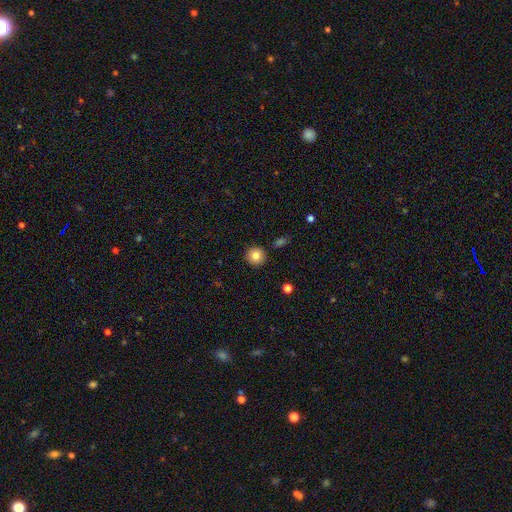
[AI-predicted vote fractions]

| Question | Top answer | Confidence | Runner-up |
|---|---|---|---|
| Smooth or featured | smooth | 83% | star or artifact (10%) |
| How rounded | round | 94% | in between (5%) |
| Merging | none | 90% | minor disturbance (6%) |